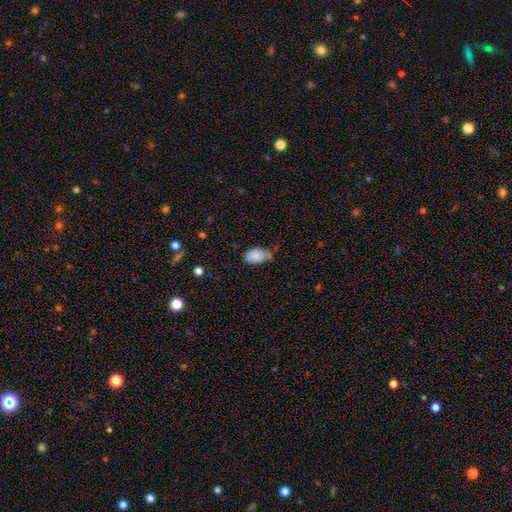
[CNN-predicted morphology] A smooth galaxy with no disk features (85%) that is in between round and cigar-shaped (89%).

Vote fractions:
- Smooth or featured? smooth: 85% / star or artifact: 8% / featured or disk: 6%
- How rounded? in between: 89% / round: 9% / cigar-shaped: 1%
- Merging? none: 46% / minor disturbance: 39% / major disturbance: 9% / merger: 6%